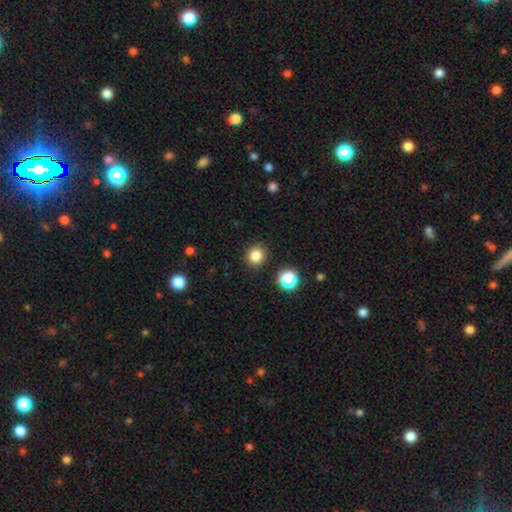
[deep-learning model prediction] smooth_or_featured: smooth (p=0.83) [alt: star or artifact p=0.12]
how_rounded: round (p=0.88) [alt: in between p=0.11]
merging: none (p=0.89) [alt: minor disturbance p=0.07]